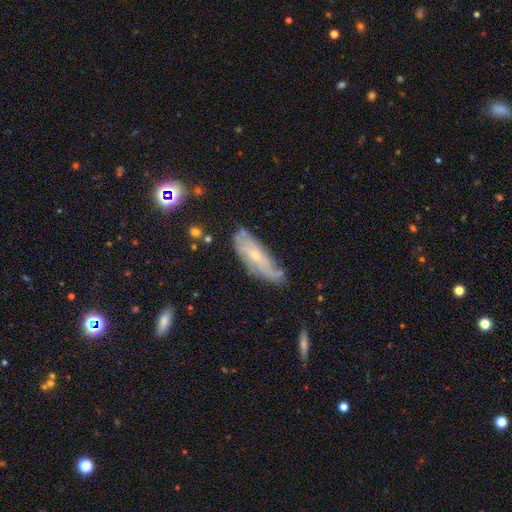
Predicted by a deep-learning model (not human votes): A featured or disk galaxy (63%). Merging: none (58%).